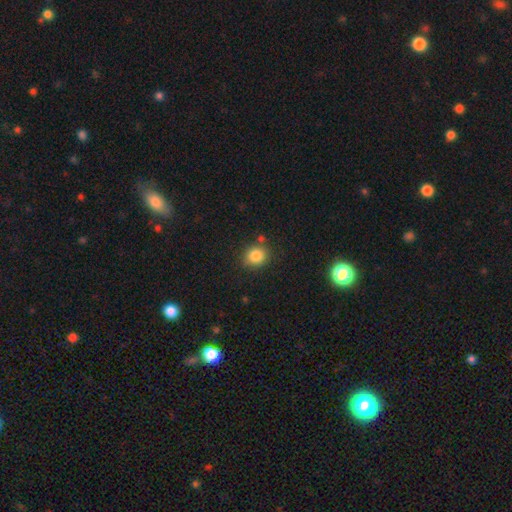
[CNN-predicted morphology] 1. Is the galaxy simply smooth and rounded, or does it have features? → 84% smooth, 10% star or artifact, 6% featured or disk.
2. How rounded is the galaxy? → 77% round, 22% in between, 1% cigar-shaped.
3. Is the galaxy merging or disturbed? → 79% none, 12% minor disturbance, 6% merger, 3% major disturbance.